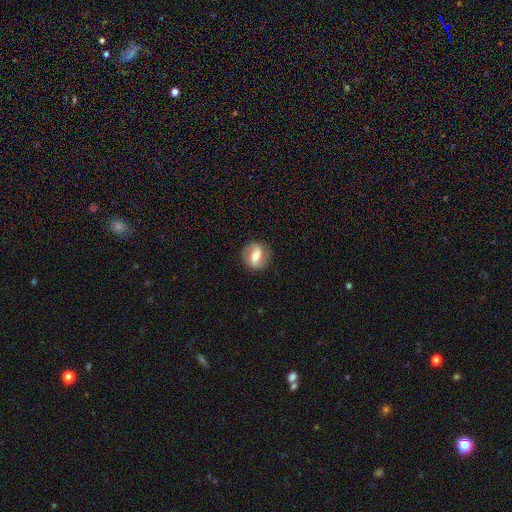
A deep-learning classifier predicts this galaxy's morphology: Q: Smooth or featured?
A: featured or disk (64%); runner-up: smooth (29%)
Q: Edge-on disk?
A: no (94%); runner-up: yes (6%)
Q: Bar?
A: strong (56%); runner-up: weak (31%)
Q: Spiral arms?
A: yes (75%); runner-up: no (25%)
Q: Bulge size?
A: moderate (54%); runner-up: small (25%)
Q: Merging?
A: none (84%); runner-up: minor disturbance (11%)